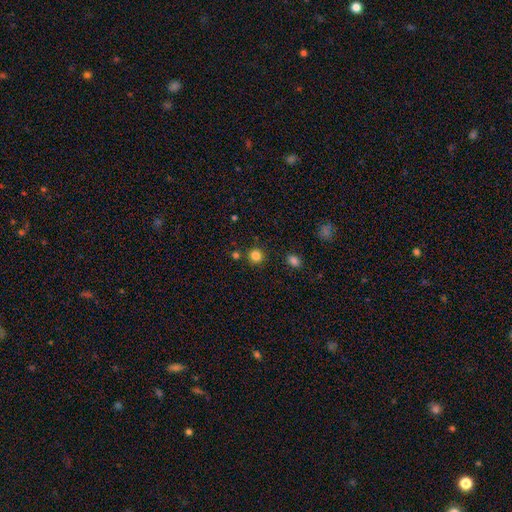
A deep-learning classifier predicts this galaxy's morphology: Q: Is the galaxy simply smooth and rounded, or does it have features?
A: smooth — 83%.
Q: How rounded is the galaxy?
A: round — 93%.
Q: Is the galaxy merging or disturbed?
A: none — 86%.